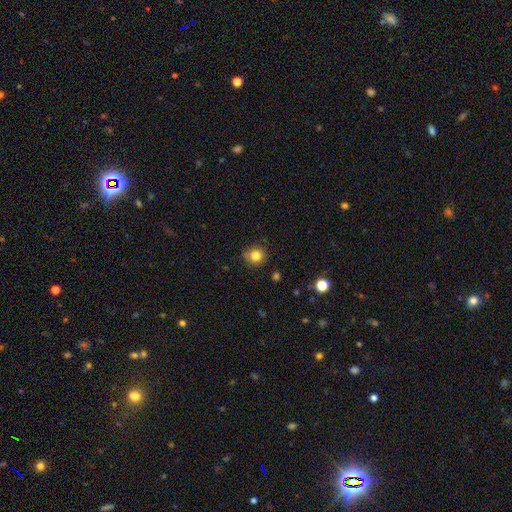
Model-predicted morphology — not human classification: Smooth or featured?
  - smooth: 82% *
  - star or artifact: 12%
  - featured or disk: 6%
How rounded?
  - round: 89% *
  - in between: 10%
  - cigar-shaped: 1%
Merging?
  - none: 80% *
  - minor disturbance: 15%
  - major disturbance: 3%
  - merger: 2%